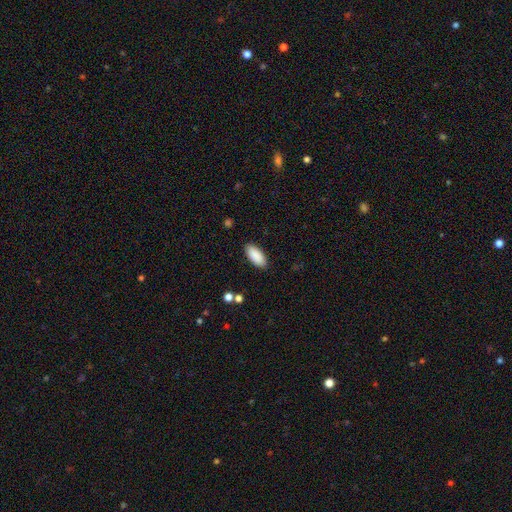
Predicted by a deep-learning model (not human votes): The model was most divided on "how rounded": in between: 89%, cigar-shaped: 9%, round: 2%. More confident: smooth or featured — smooth (90%); merging — none (89%).